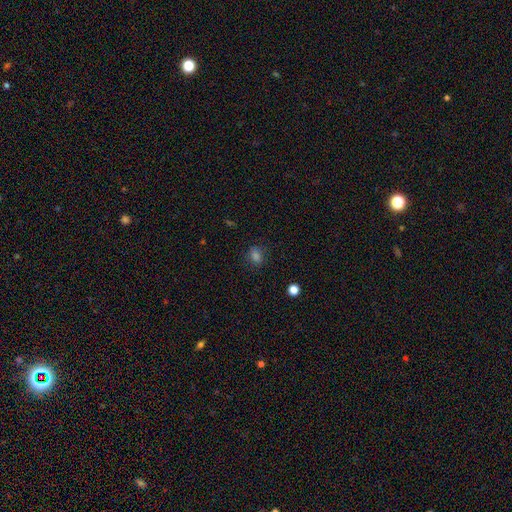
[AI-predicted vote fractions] This is likely a smooth galaxy (75%). How rounded: possibly in between (56%). Merging: clearly none (82%).